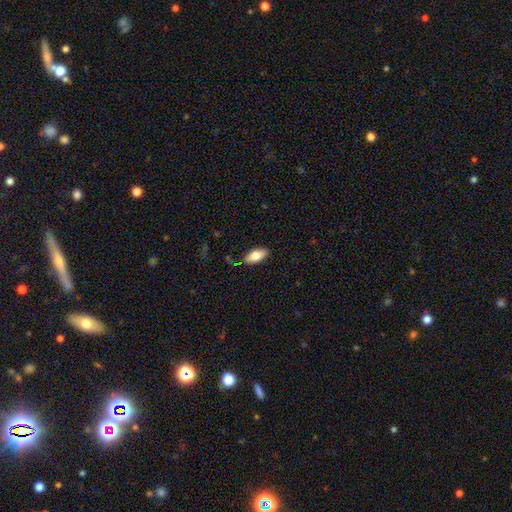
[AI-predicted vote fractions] Smooth or featured?
  - smooth: 74% *
  - featured or disk: 20%
  - star or artifact: 6%
How rounded?
  - in between: 86% *
  - cigar-shaped: 12%
  - round: 3%
Merging?
  - none: 85% *
  - minor disturbance: 11%
  - major disturbance: 2%
  - merger: 1%